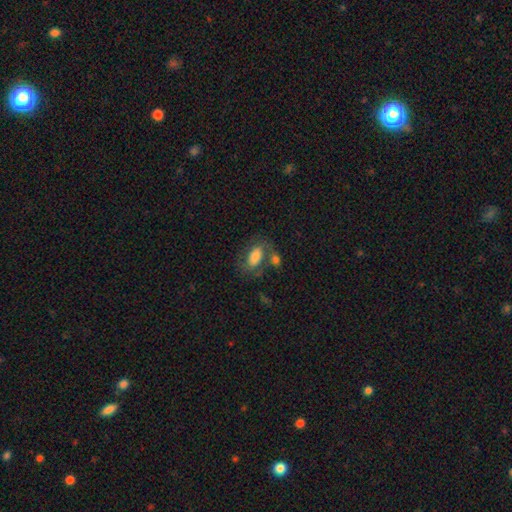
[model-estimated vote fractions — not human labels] This is likely a smooth galaxy (72%). How rounded: clearly in between (89%). Merging: possibly none (45%).